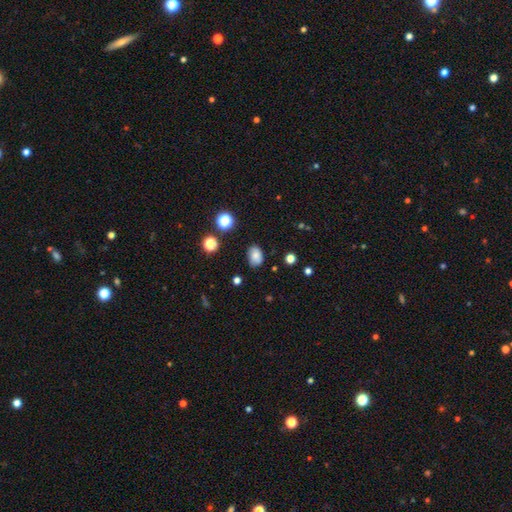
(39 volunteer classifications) Morphology: type=smooth (82%); roundness=in between (81%); merging=none (71%).